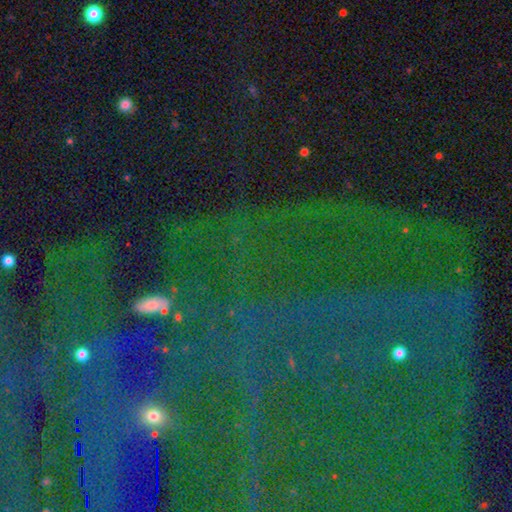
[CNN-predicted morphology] Overall: star or artifact (85%).